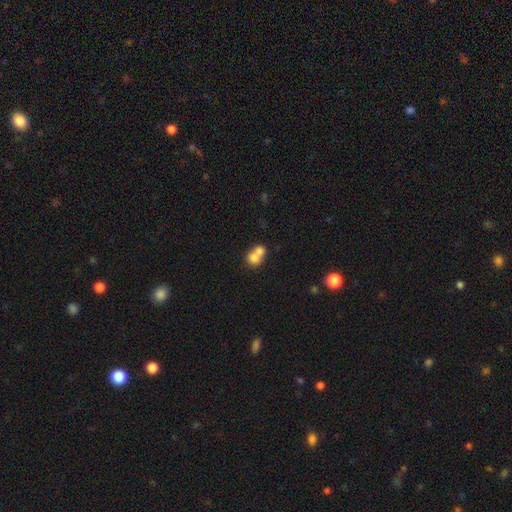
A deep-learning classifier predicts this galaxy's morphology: smooth 74%, featured or disk 17%, star or artifact 10%. Down the decision tree: how rounded — round (70%); merging — merger (67%).